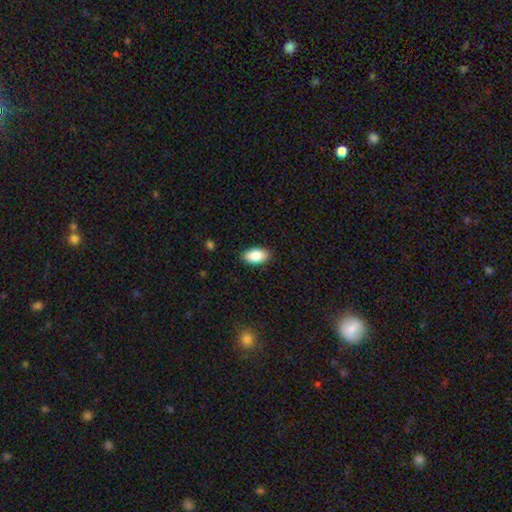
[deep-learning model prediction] Smooth or featured?
  - smooth: 87% *
  - star or artifact: 7%
  - featured or disk: 6%
How rounded?
  - in between: 94% *
  - round: 4%
  - cigar-shaped: 2%
Merging?
  - none: 87% *
  - minor disturbance: 10%
  - major disturbance: 2%
  - merger: 1%